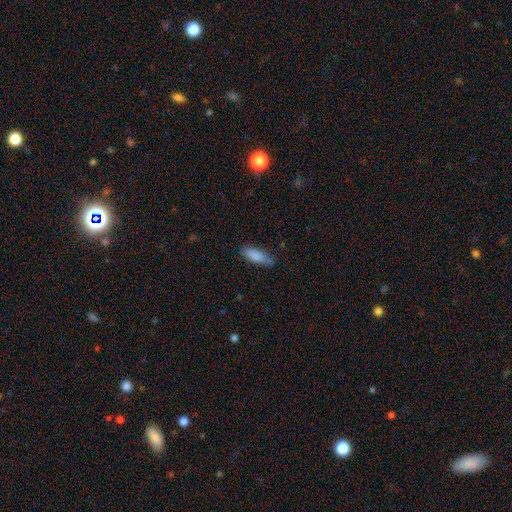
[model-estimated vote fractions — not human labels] Q: Smooth or featured?
A: smooth (86%); runner-up: featured or disk (8%)
Q: How rounded?
A: in between (61%); runner-up: cigar-shaped (37%)
Q: Merging?
A: none (70%); runner-up: minor disturbance (25%)